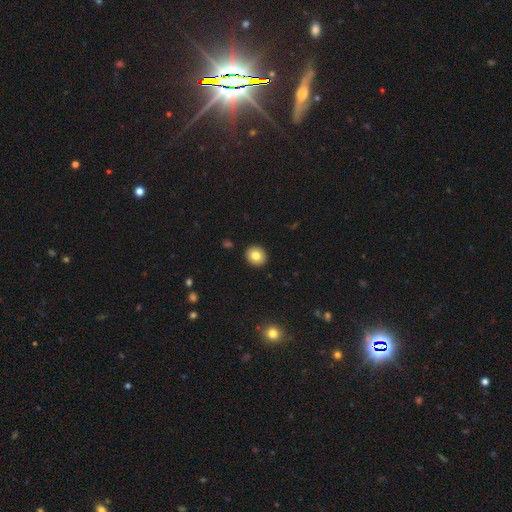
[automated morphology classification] Smooth or featured?
  - smooth: 81% *
  - featured or disk: 10%
  - star or artifact: 9%
How rounded?
  - round: 78% *
  - in between: 21%
  - cigar-shaped: 1%
Merging?
  - none: 92% *
  - minor disturbance: 5%
  - major disturbance: 1%
  - merger: 1%